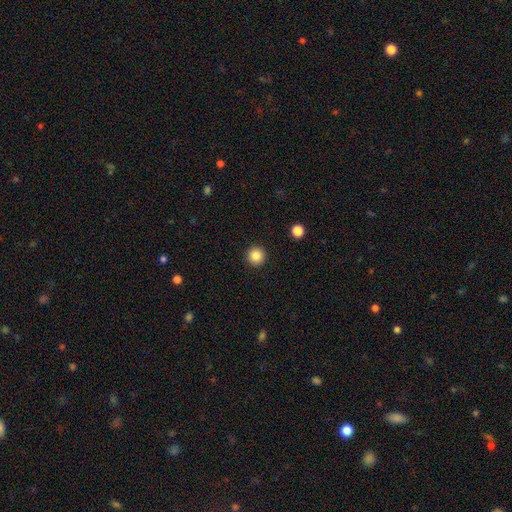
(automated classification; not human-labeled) smooth_or_featured: smooth (p=0.85) [alt: star or artifact p=0.11]
how_rounded: round (p=0.96) [alt: in between p=0.03]
merging: none (p=0.93) [alt: minor disturbance p=0.04]